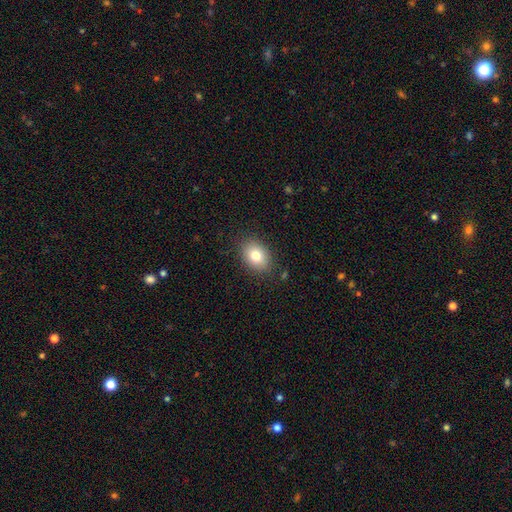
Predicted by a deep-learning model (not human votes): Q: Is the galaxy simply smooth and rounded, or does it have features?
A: smooth — 80%.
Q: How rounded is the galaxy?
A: in between — 66%.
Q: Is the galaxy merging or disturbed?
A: none — 86%.